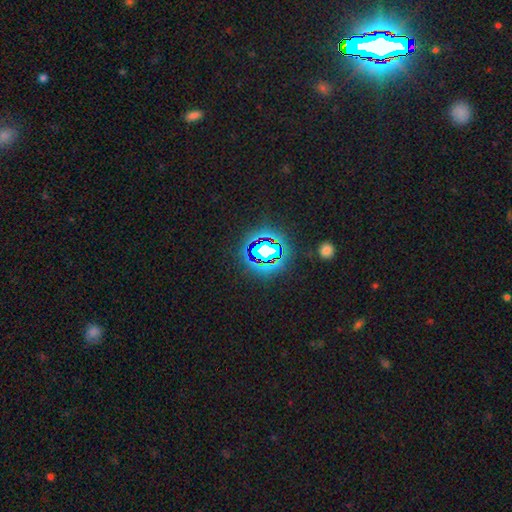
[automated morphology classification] Smooth or featured?
  - star or artifact: 79% *
  - smooth: 13%
  - featured or disk: 8%